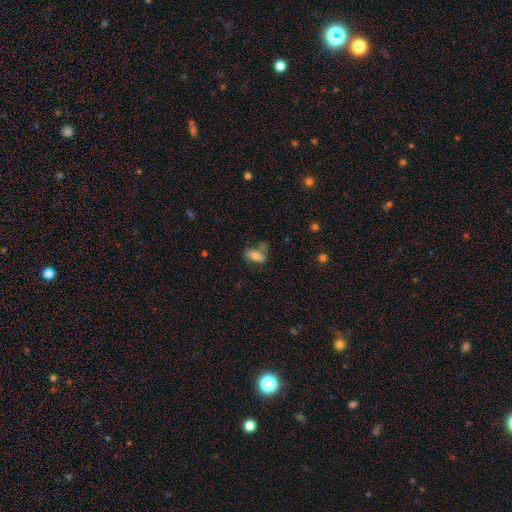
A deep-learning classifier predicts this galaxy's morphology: This is likely a smooth galaxy (70%). How rounded: clearly in between (83%). Merging: possibly none (47%).